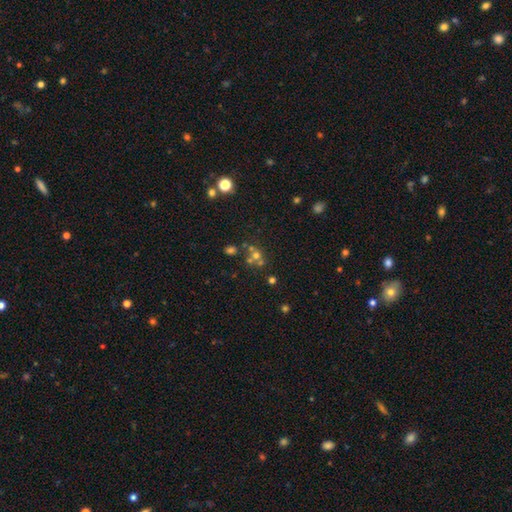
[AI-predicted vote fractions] Smooth or featured: smooth — 44% (star or artifact — 36%)
Merging: none — 50% (merger — 36%)